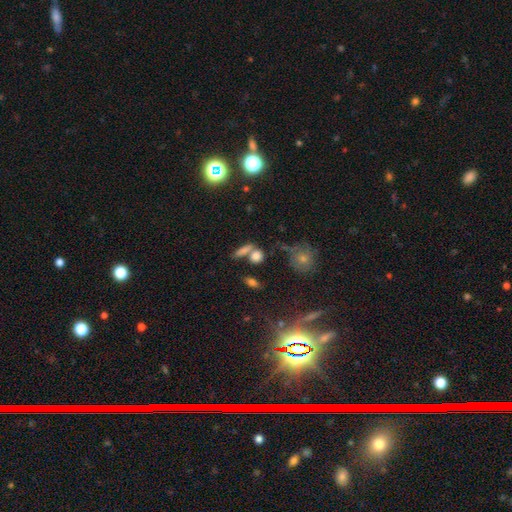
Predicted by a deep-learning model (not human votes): This appears to be a smooth galaxy with no disk features (75%) that is in between round and cigar-shaped (48%). Merging: none (50%).